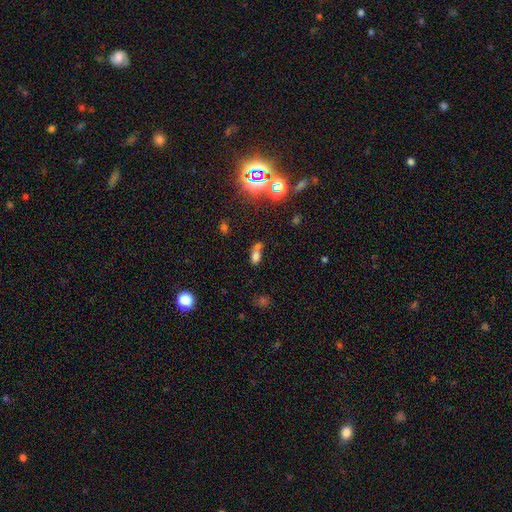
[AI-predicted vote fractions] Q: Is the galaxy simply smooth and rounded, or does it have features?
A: smooth — 66%.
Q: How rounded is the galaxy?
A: in between — 79%.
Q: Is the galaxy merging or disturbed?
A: merger — 52%.